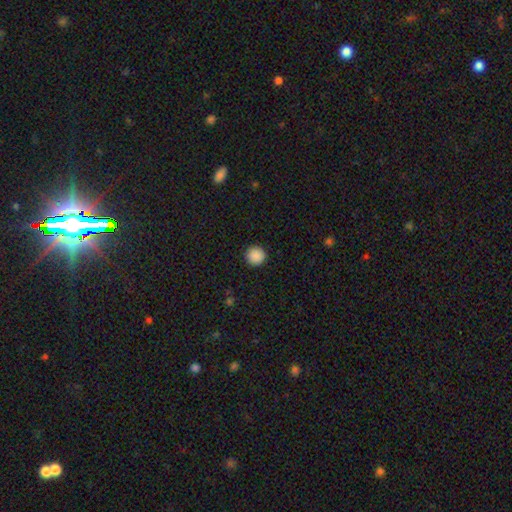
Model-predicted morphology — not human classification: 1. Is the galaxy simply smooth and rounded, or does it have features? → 89% smooth, 9% star or artifact, 2% featured or disk.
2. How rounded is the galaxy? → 95% round, 4% in between, 1% cigar-shaped.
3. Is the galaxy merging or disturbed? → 93% none, 5% minor disturbance, 2% major disturbance, 1% merger.